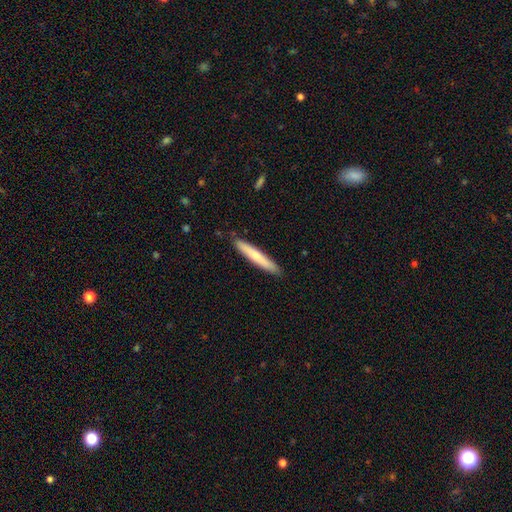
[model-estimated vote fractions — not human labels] smooth 68%, featured or disk 27%, star or artifact 5%. Down the decision tree: how rounded — cigar-shaped (95%); merging — none (89%).